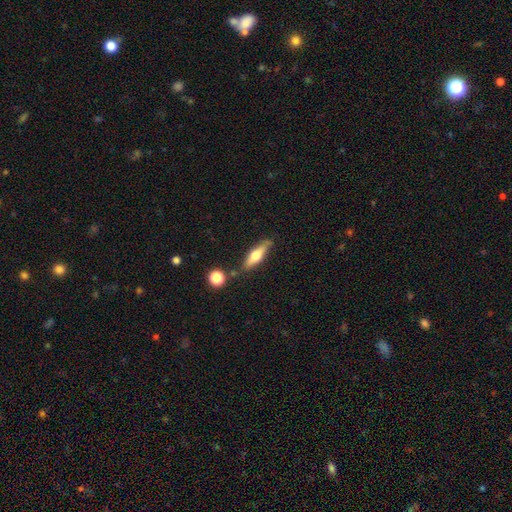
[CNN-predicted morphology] Smooth or featured?
  - smooth: 52% *
  - featured or disk: 41%
  - star or artifact: 7%
How rounded?
  - cigar-shaped: 59% *
  - in between: 39%
  - round: 3%
Merging?
  - none: 72% *
  - minor disturbance: 17%
  - merger: 7%
  - major disturbance: 4%